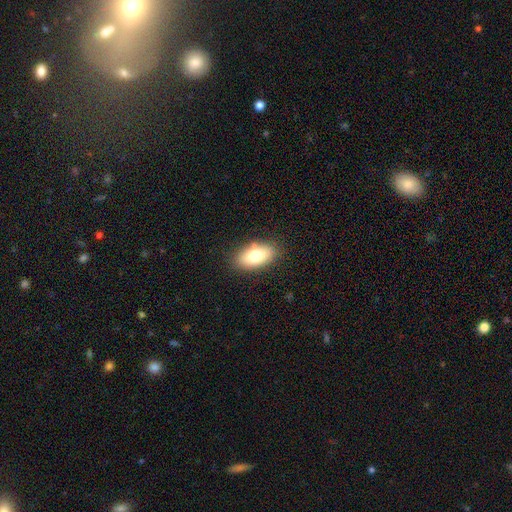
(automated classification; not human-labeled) Smooth or featured?
  - smooth: 80% *
  - featured or disk: 13%
  - star or artifact: 8%
How rounded?
  - in between: 91% *
  - cigar-shaped: 5%
  - round: 4%
Merging?
  - none: 84% *
  - minor disturbance: 11%
  - major disturbance: 3%
  - merger: 2%